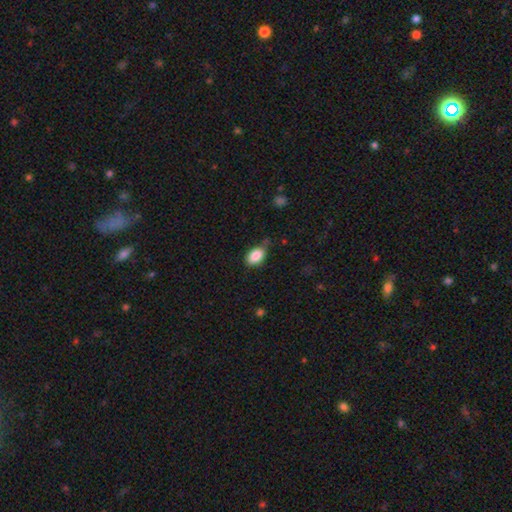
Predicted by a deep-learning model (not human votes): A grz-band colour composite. It shows a smooth galaxy with no disk features (87%) that is in between round and cigar-shaped (89%). Merging: none (68%).